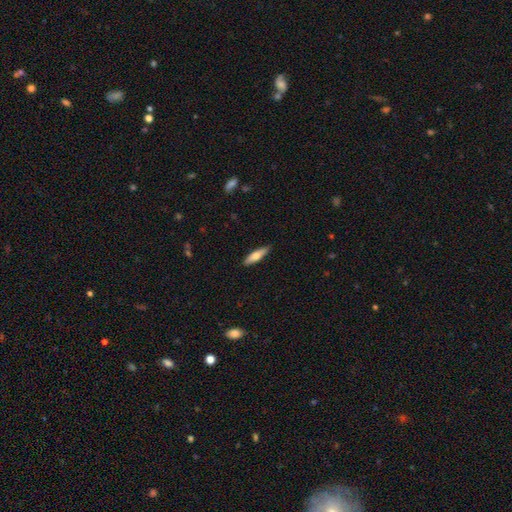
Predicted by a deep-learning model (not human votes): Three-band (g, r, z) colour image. It shows a smooth galaxy with no disk features (64%) that is cigar-shaped (64%). Merging: none (87%).